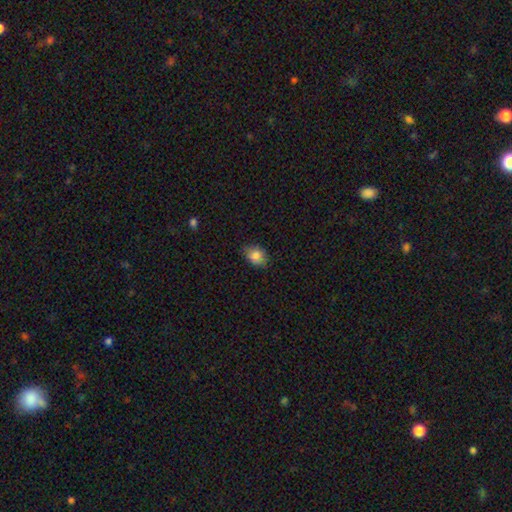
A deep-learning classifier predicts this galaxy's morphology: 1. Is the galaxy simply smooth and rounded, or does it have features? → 85% smooth, 9% star or artifact, 7% featured or disk.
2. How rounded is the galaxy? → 62% in between, 37% round, 1% cigar-shaped.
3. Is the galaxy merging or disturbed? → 78% none, 18% minor disturbance, 3% major disturbance, 1% merger.